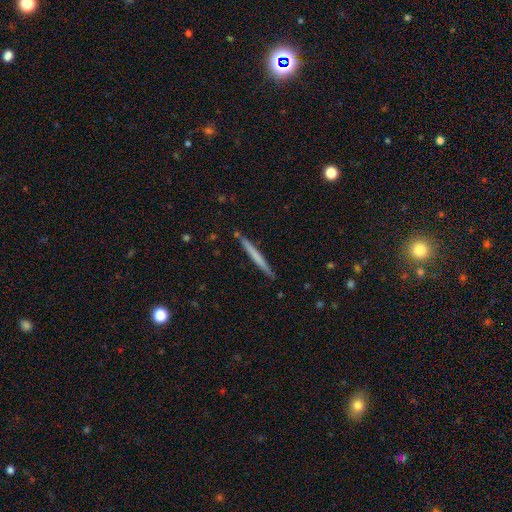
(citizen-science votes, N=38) A smooth galaxy with no disk features (53%) that is cigar-shaped (90%).

Vote fractions:
- Smooth or featured? smooth: 53% / featured or disk: 45% / star or artifact: 3%
- How rounded? cigar-shaped: 90% / round: 5% / in between: 5%
- Merging? none: 92% / merger: 5% / minor disturbance: 3% / major disturbance: 0%